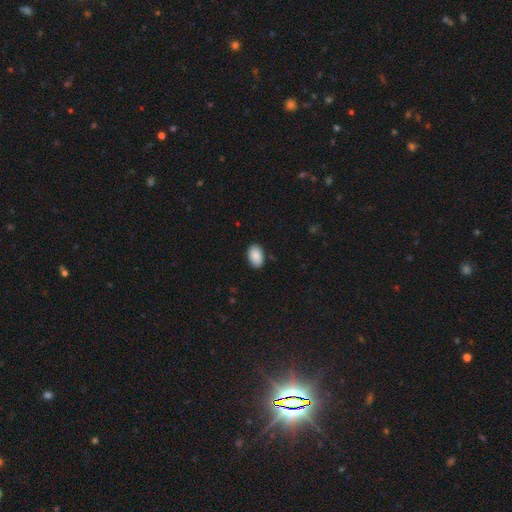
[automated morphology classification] smooth_or_featured: smooth (p=0.90) [alt: star or artifact p=0.07]
how_rounded: in between (p=0.91) [alt: round p=0.08]
merging: none (p=0.87) [alt: minor disturbance p=0.10]